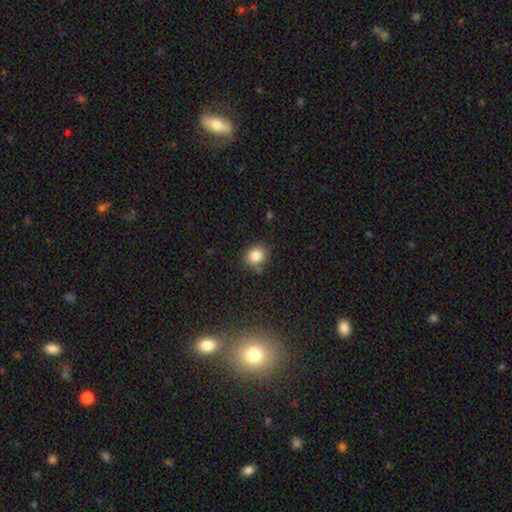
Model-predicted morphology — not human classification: A smooth galaxy with no disk features (82%) that is round (71%).

Vote fractions:
- Smooth or featured? smooth: 82% / star or artifact: 11% / featured or disk: 7%
- How rounded? round: 71% / in between: 29% / cigar-shaped: 1%
- Merging? none: 75% / minor disturbance: 17% / merger: 5% / major disturbance: 4%